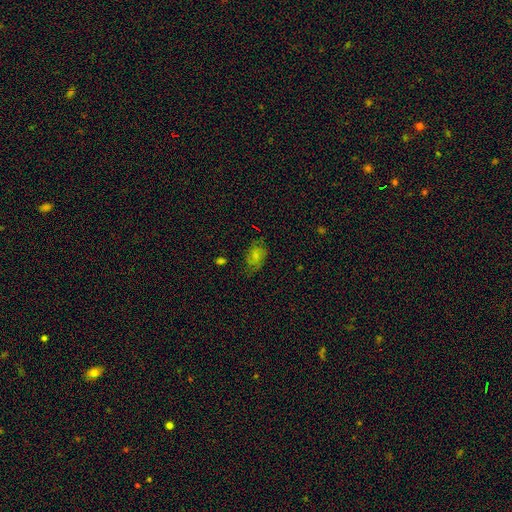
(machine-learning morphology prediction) smooth-or-featured: smooth: 67% | featured or disk: 20% | star or artifact: 12%
  how-rounded: in between: 82% | round: 16% | cigar-shaped: 2%
  merging: none: 62% | minor disturbance: 26% | major disturbance: 11% | merger: 2%